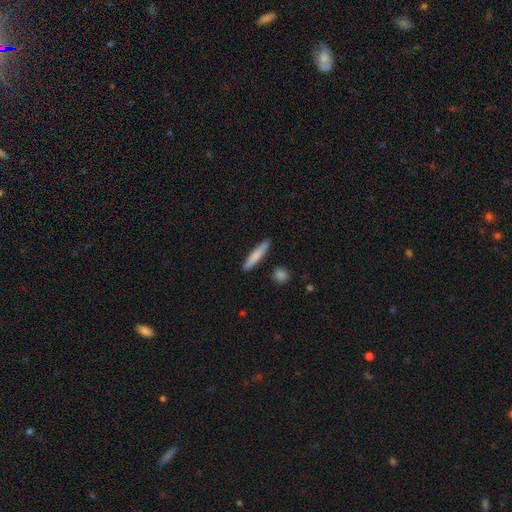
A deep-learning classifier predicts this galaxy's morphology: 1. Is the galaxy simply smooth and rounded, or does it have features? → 78% smooth, 17% featured or disk, 5% star or artifact.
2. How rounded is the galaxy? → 91% cigar-shaped, 7% in between, 2% round.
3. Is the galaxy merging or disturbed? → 88% none, 8% minor disturbance, 2% merger, 2% major disturbance.